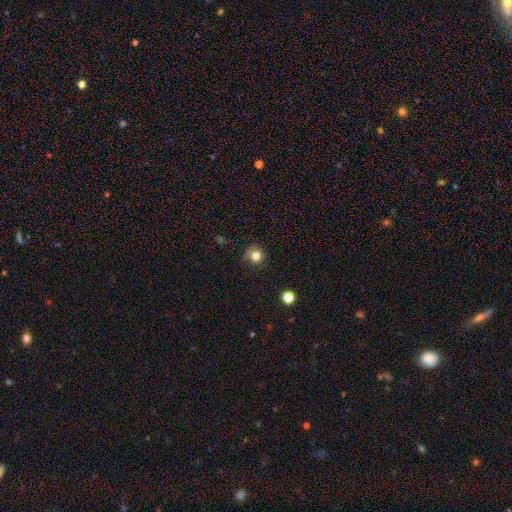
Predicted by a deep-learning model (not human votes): smooth 80%, star or artifact 13%, featured or disk 7%. Down the decision tree: how rounded — round (90%); merging — none (74%).